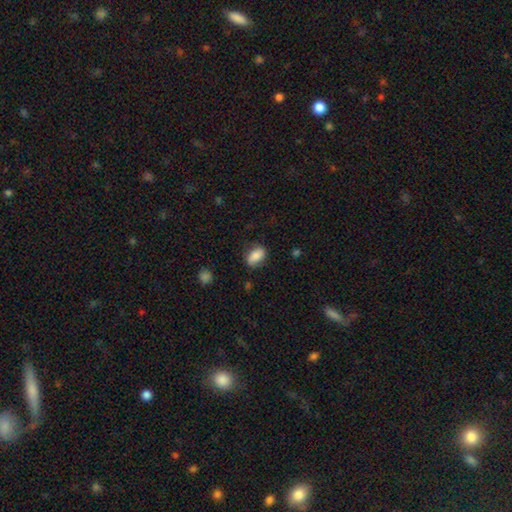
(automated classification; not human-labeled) Smooth or featured?
  - smooth: 80% *
  - featured or disk: 13%
  - star or artifact: 8%
How rounded?
  - in between: 87% *
  - round: 9%
  - cigar-shaped: 4%
Merging?
  - none: 73% *
  - minor disturbance: 20%
  - major disturbance: 5%
  - merger: 2%